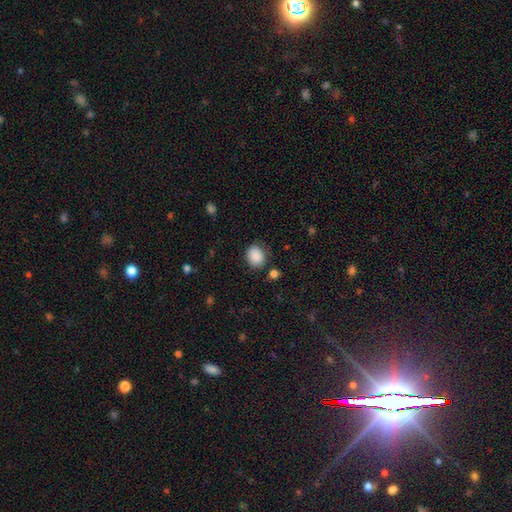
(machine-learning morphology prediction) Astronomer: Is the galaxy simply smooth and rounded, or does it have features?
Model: smooth — 88%.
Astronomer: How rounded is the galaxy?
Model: round — 52% (runner-up: in between, 47%).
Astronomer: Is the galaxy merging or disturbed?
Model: none — 80%.